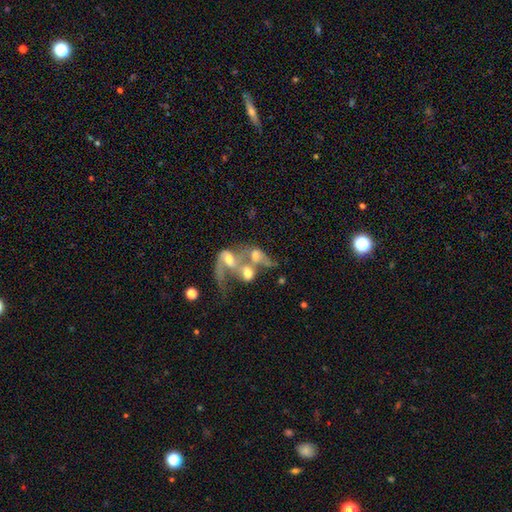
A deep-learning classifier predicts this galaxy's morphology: Smooth or featured? featured or disk (56%)
Edge-on disk? no (95%)
Bar? no (66%)
Spiral arms? yes (55%)
Bulge size? moderate (43%)
Merging? merger (75%)